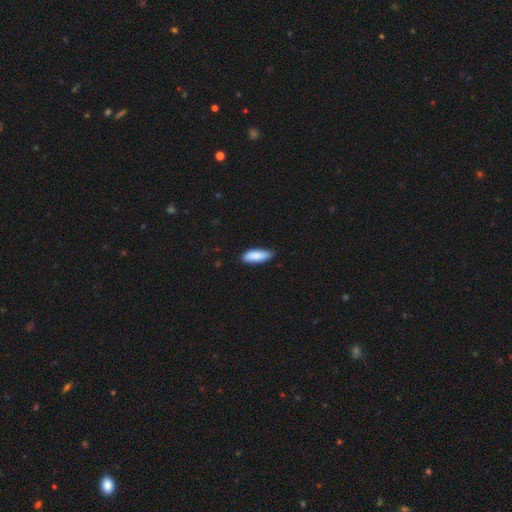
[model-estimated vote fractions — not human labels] Smooth or featured?
  - smooth: 88% *
  - featured or disk: 6%
  - star or artifact: 6%
How rounded?
  - in between: 70% *
  - cigar-shaped: 29%
  - round: 2%
Merging?
  - none: 77% *
  - minor disturbance: 19%
  - major disturbance: 2%
  - merger: 1%